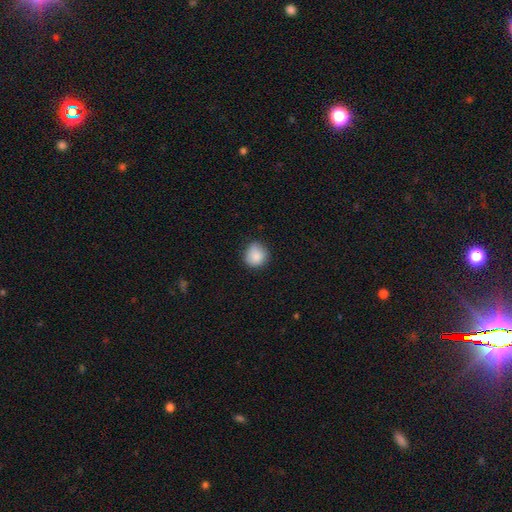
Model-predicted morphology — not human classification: This appears to be a smooth galaxy with no disk features (87%) that is round (86%). Merging: none (75%).